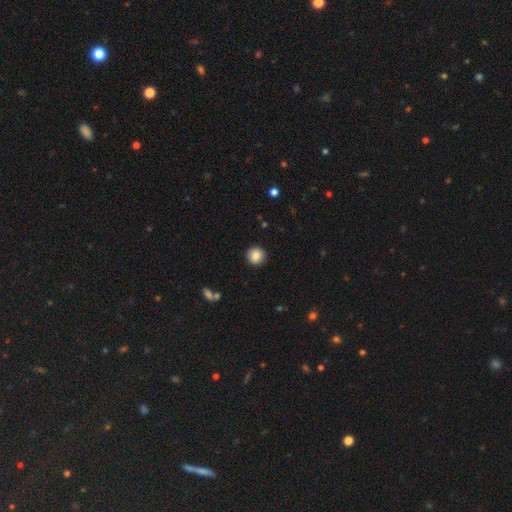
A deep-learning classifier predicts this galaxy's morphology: This is clearly a smooth galaxy (84%). How rounded: clearly round (94%). Merging: clearly none (92%).